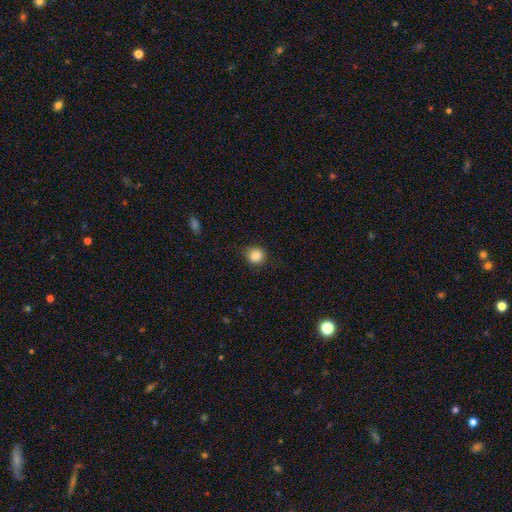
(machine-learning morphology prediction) Smooth or featured? smooth (87%)
How rounded? round (91%)
Merging? none (82%)